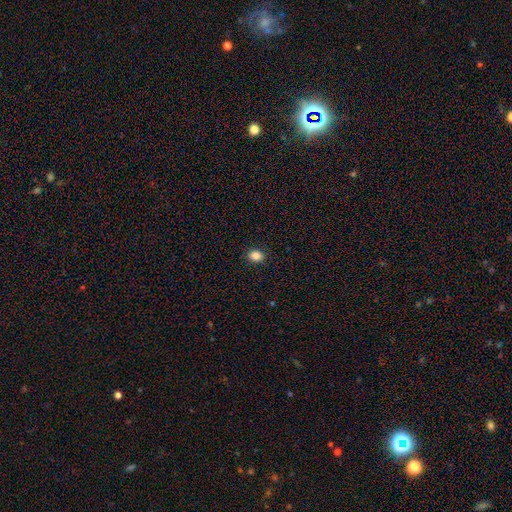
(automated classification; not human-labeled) Overall: smooth (86%). How rounded: in between (59%; round 40%). Merging: none (89%).